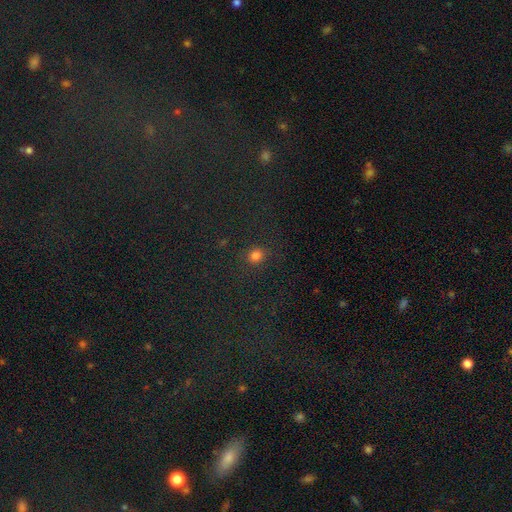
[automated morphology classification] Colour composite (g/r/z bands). It shows a smooth galaxy with no disk features (78%) that is round (80%). Merging: none (86%).